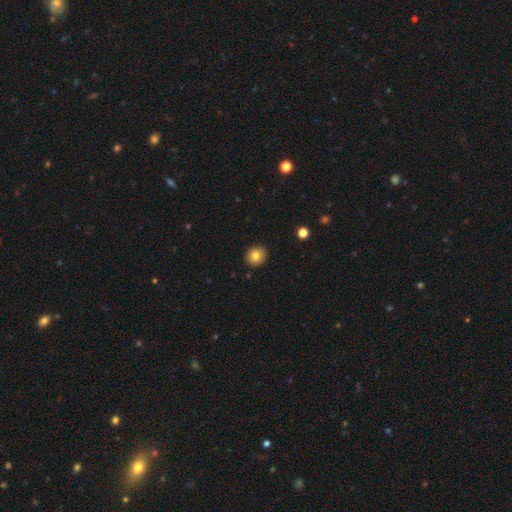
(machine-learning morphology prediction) Smooth or featured? Predicted: smooth (p=0.82). How rounded? Predicted: round (p=0.80). Merging? Predicted: none (p=0.91).